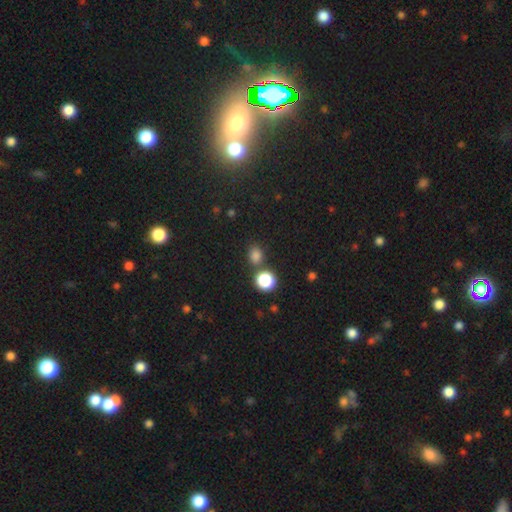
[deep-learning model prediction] Smooth or featured? Predicted: smooth (p=0.79). How rounded? Predicted: round (p=0.66). Merging? Predicted: none (p=0.75).